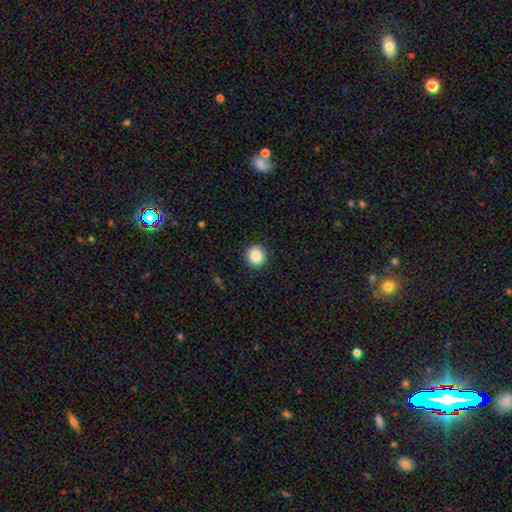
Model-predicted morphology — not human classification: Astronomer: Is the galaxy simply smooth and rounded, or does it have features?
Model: smooth — 88%.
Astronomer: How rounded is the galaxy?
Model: round — 89%.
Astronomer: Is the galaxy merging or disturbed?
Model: none — 91%.